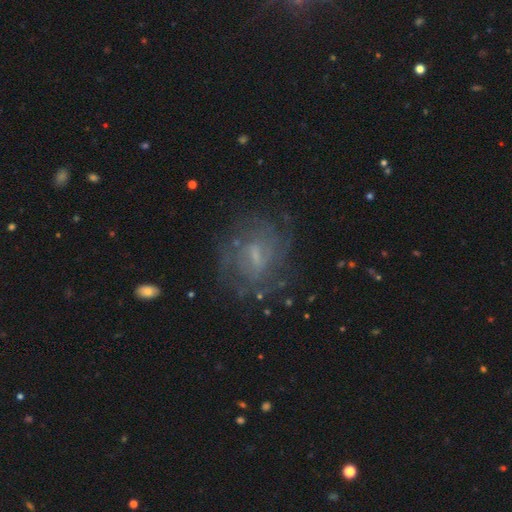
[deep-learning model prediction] Smooth or featured?
  - featured or disk: 71% *
  - smooth: 18%
  - star or artifact: 11%
Edge-on disk?
  - no: 95% *
  - yes: 5%
Bar?
  - weak: 57% *
  - no: 25%
  - strong: 17%
Spiral arms?
  - yes: 80% *
  - no: 20%
Spiral winding?
  - tight: 54% *
  - medium: 33%
  - loose: 13%
Spiral arm count?
  - can't tell: 59% *
  - 2: 15%
  - 3: 9%
  - 4: 7%
  - more than 4: 5%
  - 1: 4%
Bulge size?
  - small: 51% *
  - moderate: 27%
  - none: 18%
  - large: 3%
  - dominant: 1%
Merging?
  - none: 73% *
  - minor disturbance: 16%
  - major disturbance: 10%
  - merger: 2%